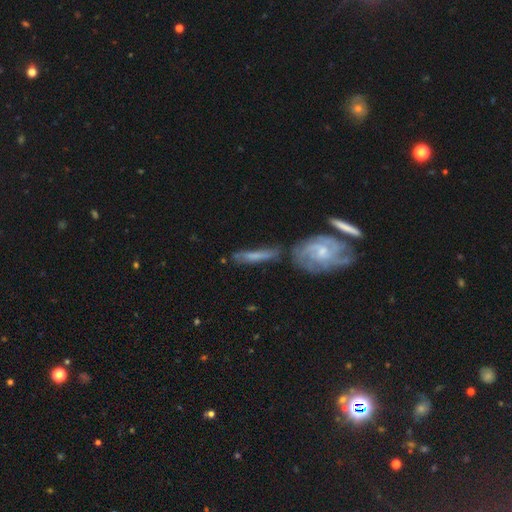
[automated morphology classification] smooth_or_featured: featured or disk (p=0.48) [alt: smooth p=0.44]
merging: none (p=0.55) [alt: minor disturbance p=0.19]